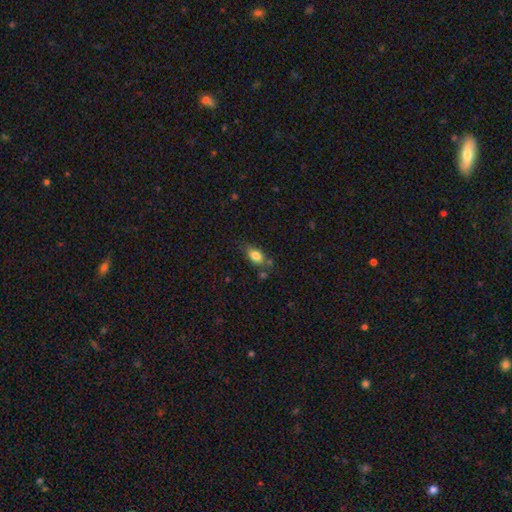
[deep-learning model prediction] A smooth galaxy with no disk features (81%) that is in between round and cigar-shaped (81%). Merging: none (60%).